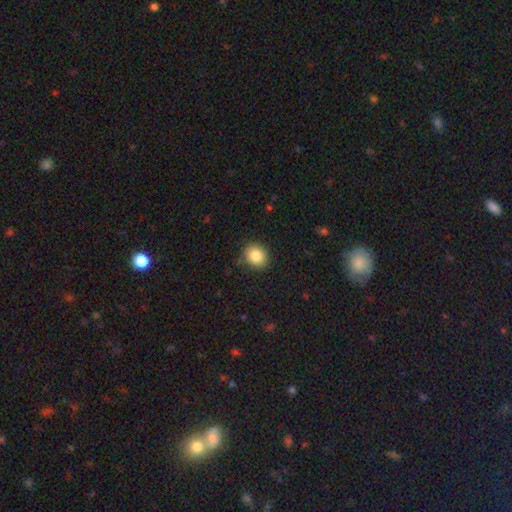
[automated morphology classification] A smooth galaxy with no disk features (84%) that is round (72%).

Vote fractions:
- Smooth or featured? smooth: 84% / star or artifact: 9% / featured or disk: 6%
- How rounded? round: 72% / in between: 28% / cigar-shaped: 1%
- Merging? none: 80% / minor disturbance: 15% / major disturbance: 3% / merger: 2%